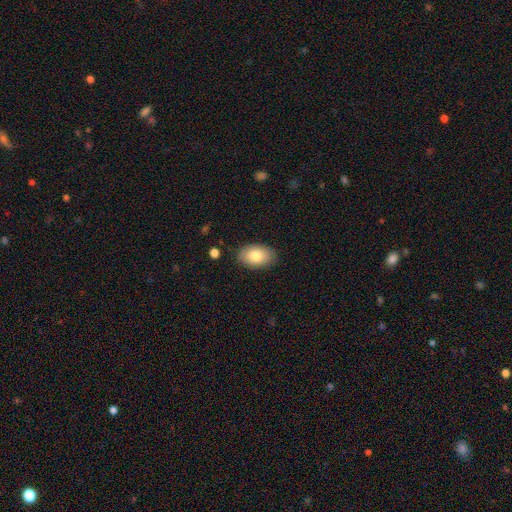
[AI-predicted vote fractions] Smooth or featured?
  - smooth: 81% *
  - featured or disk: 12%
  - star or artifact: 7%
How rounded?
  - in between: 92% *
  - round: 7%
  - cigar-shaped: 1%
Merging?
  - none: 86% *
  - minor disturbance: 10%
  - major disturbance: 2%
  - merger: 1%